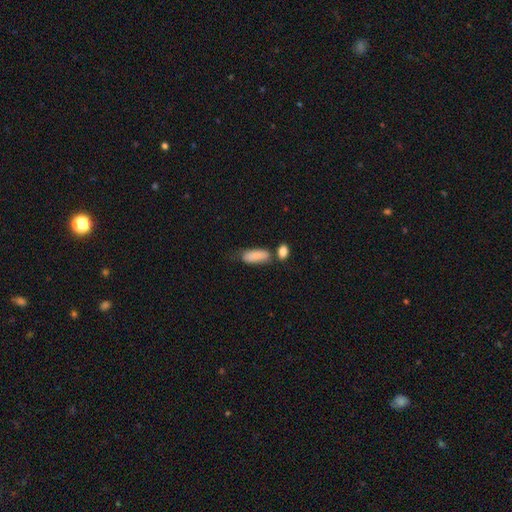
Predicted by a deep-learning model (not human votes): Overall: smooth (82%). How rounded: in between (79%). Merging: none (50%; minor disturbance 24%).